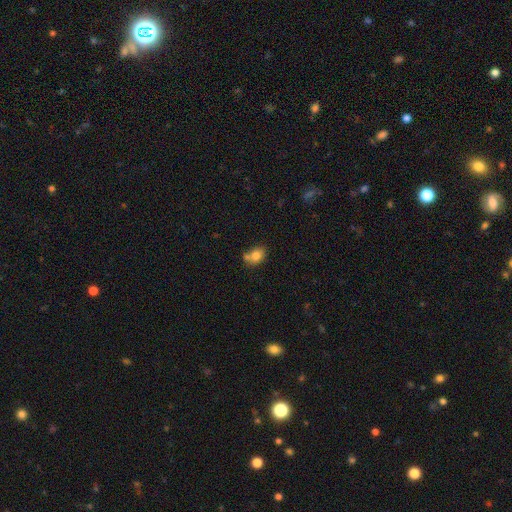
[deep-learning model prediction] Smooth or featured?
  - smooth: 78% *
  - featured or disk: 12%
  - star or artifact: 10%
How rounded?
  - in between: 62% *
  - round: 37%
  - cigar-shaped: 1%
Merging?
  - none: 50% *
  - merger: 26%
  - minor disturbance: 19%
  - major disturbance: 5%